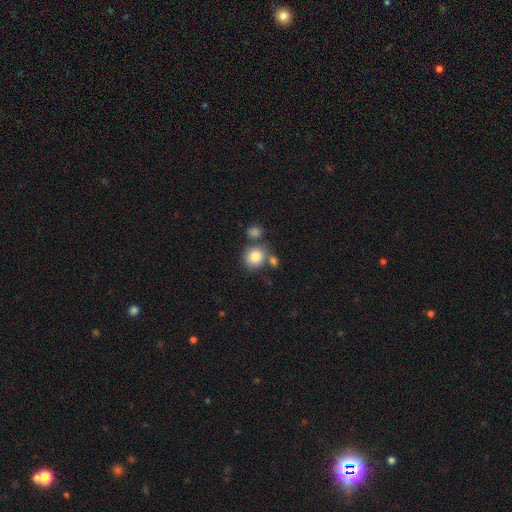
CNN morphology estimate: Smooth or featured? Predicted: smooth (p=0.84). How rounded? Predicted: round (p=0.79). Merging? Predicted: none (p=0.59).